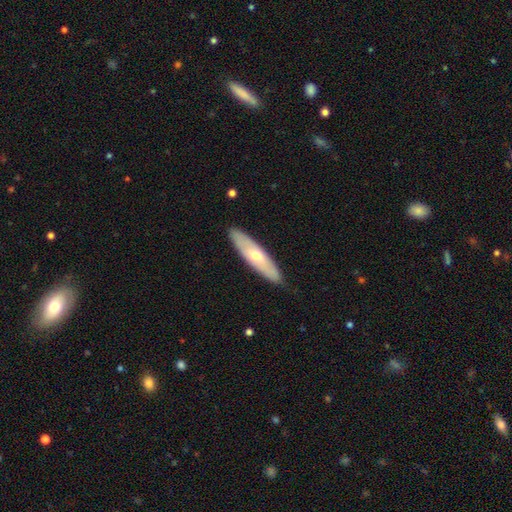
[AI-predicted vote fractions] Q: Smooth or featured?
A: featured or disk (48%); runner-up: smooth (47%)
Q: Merging?
A: none (88%); runner-up: minor disturbance (10%)